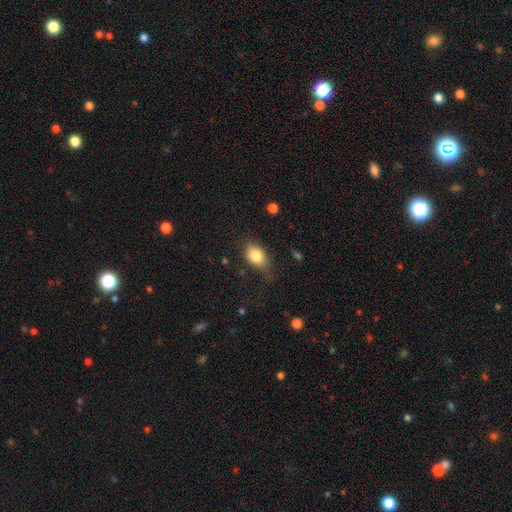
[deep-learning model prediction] Smooth or featured? Predicted: smooth (p=0.81). How rounded? Predicted: in between (p=0.77). Merging? Predicted: none (p=0.64).